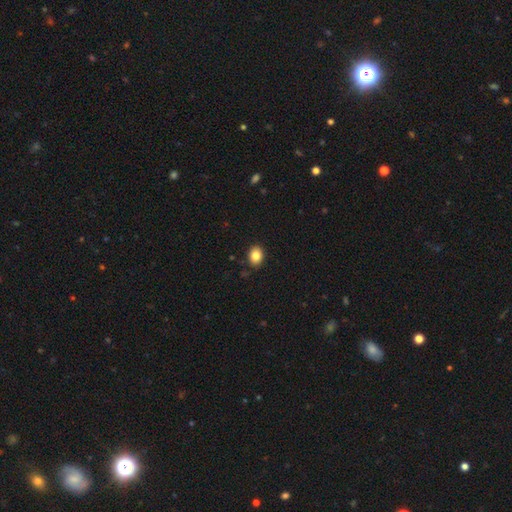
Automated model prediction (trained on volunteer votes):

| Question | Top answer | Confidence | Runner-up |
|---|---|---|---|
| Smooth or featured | smooth | 85% | star or artifact (9%) |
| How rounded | in between | 57% | round (42%) |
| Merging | none | 89% | minor disturbance (8%) |